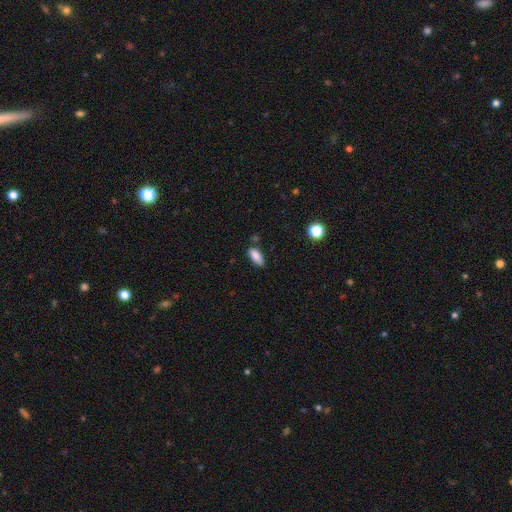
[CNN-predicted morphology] A smooth galaxy with no disk features (86%) that is in between round and cigar-shaped (84%).

Vote fractions:
- Smooth or featured? smooth: 86% / star or artifact: 8% / featured or disk: 6%
- How rounded? in between: 84% / cigar-shaped: 13% / round: 3%
- Merging? none: 75% / minor disturbance: 18% / merger: 4% / major disturbance: 3%